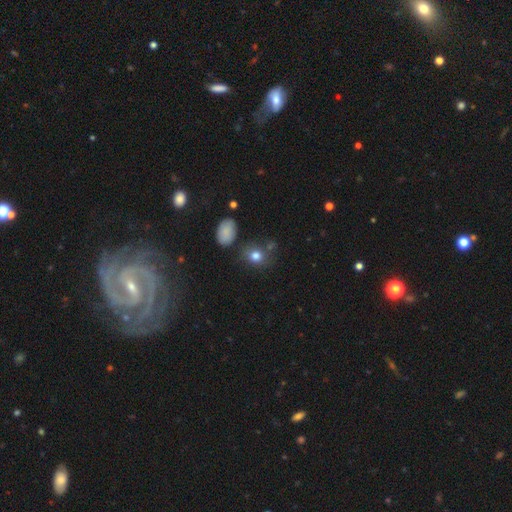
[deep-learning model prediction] Smooth or featured? Predicted: smooth (p=0.79). How rounded? Predicted: round (p=0.63). Merging? Predicted: none (p=0.69).